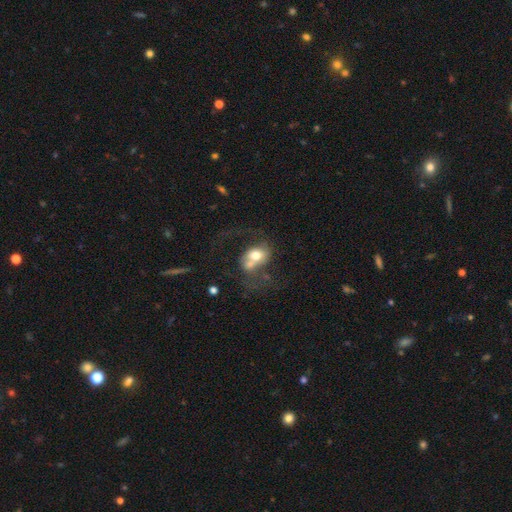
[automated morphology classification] Overall: smooth (52%; featured or disk 39%). How rounded: in between (60%; round 38%). Merging: merger (43%; major disturbance 23%).